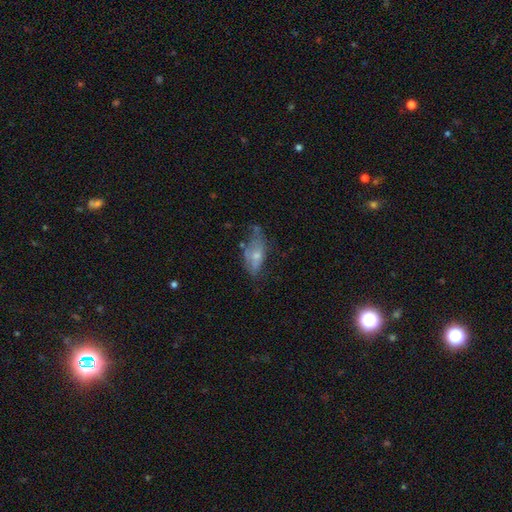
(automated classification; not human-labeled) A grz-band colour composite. It shows a smooth galaxy with no disk features (45%). Merging: none (46%).